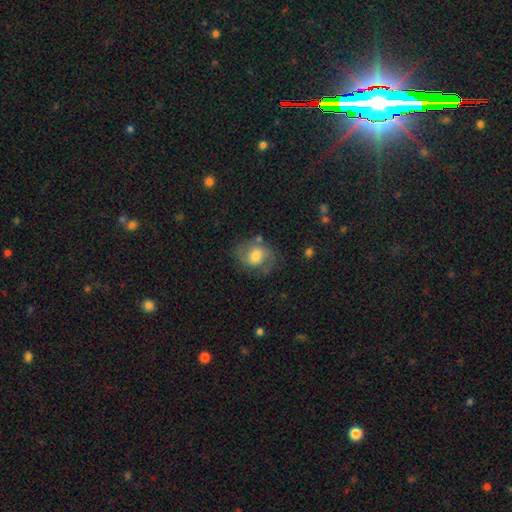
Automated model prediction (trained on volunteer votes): Smooth or featured?
  - smooth: 50% *
  - featured or disk: 41%
  - star or artifact: 9%
How rounded?
  - round: 51% *
  - in between: 47%
  - cigar-shaped: 1%
Merging?
  - none: 62% *
  - minor disturbance: 22%
  - major disturbance: 12%
  - merger: 3%